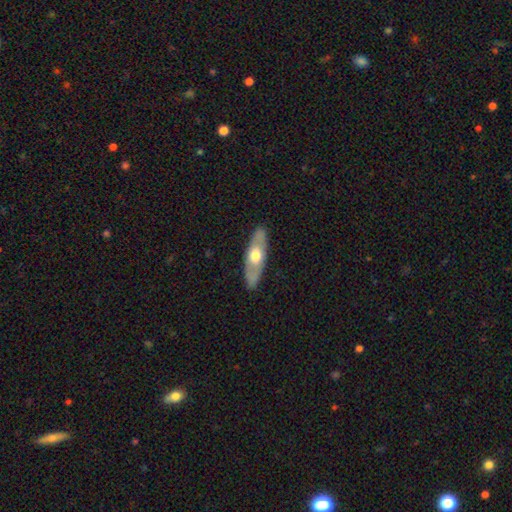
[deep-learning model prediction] This is possibly a featured or disk galaxy (50%). Merging: clearly none (87%).